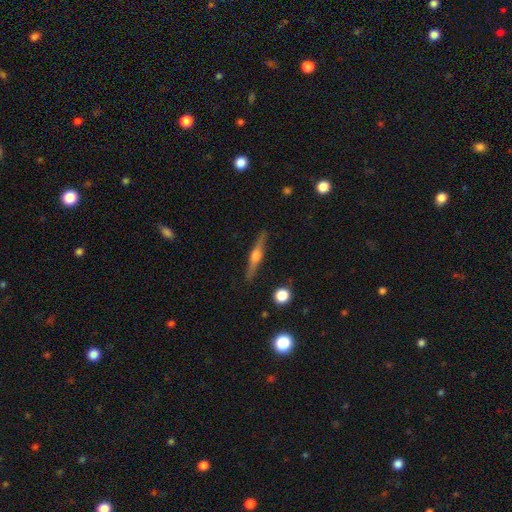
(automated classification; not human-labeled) Morphology: type=featured or disk (72%); edge-on=yes (97%); edge-on bulge=rounded (90%); merging=none (88%).